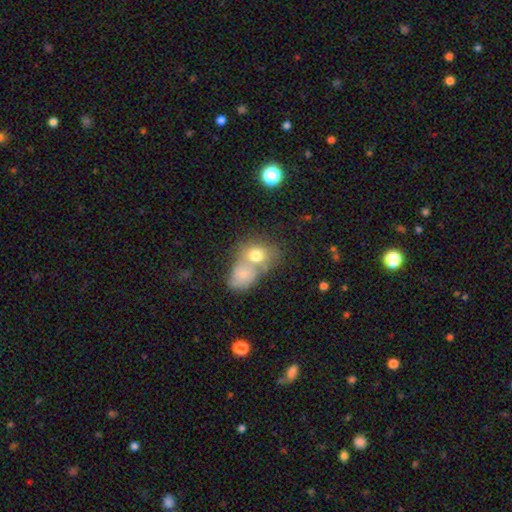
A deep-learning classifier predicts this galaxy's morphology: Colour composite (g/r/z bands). It shows a smooth galaxy with no disk features (71%) that is round (52%). Merging: merger (58%).